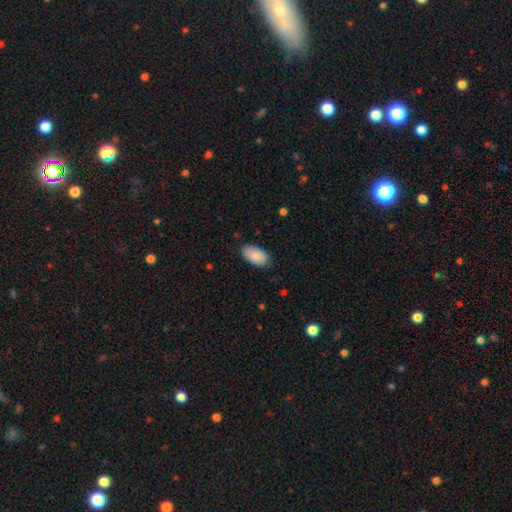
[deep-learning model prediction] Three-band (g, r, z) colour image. It shows a smooth galaxy with no disk features (88%) that is in between round and cigar-shaped (96%). Merging: none (83%).